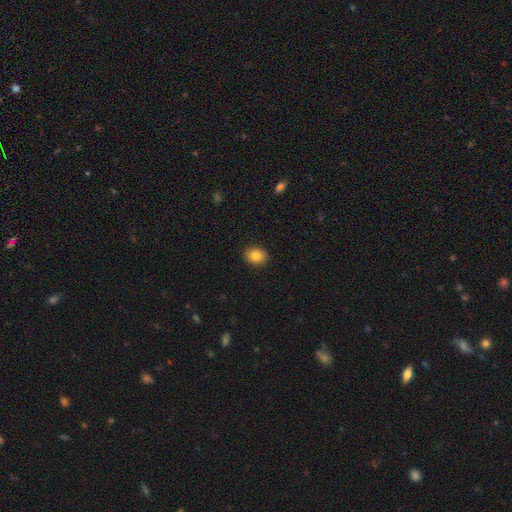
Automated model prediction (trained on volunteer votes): Smooth or featured? smooth (85%)
How rounded? in between (56%)
Merging? none (91%)